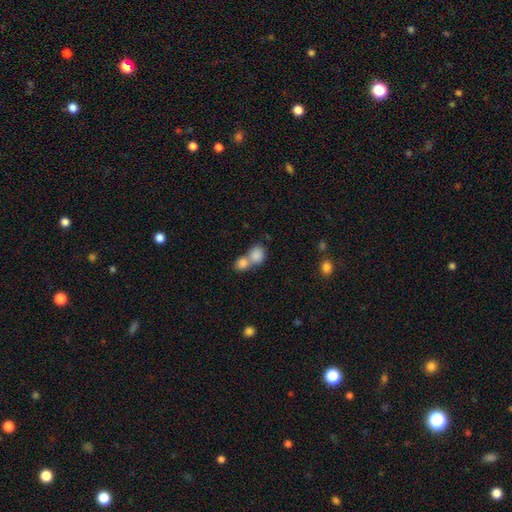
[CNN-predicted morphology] A smooth galaxy with no disk features (83%) that is round (64%).

Vote fractions:
- Smooth or featured? smooth: 83% / featured or disk: 9% / star or artifact: 8%
- How rounded? round: 64% / in between: 35% / cigar-shaped: 1%
- Merging? merger: 67% / none: 25% / minor disturbance: 5% / major disturbance: 3%